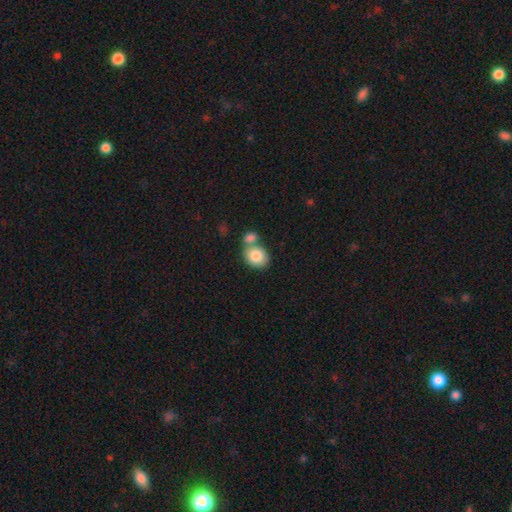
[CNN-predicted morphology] Overall: smooth (83%). How rounded: in between (54%; round 45%). Merging: none (44%; merger 42%).